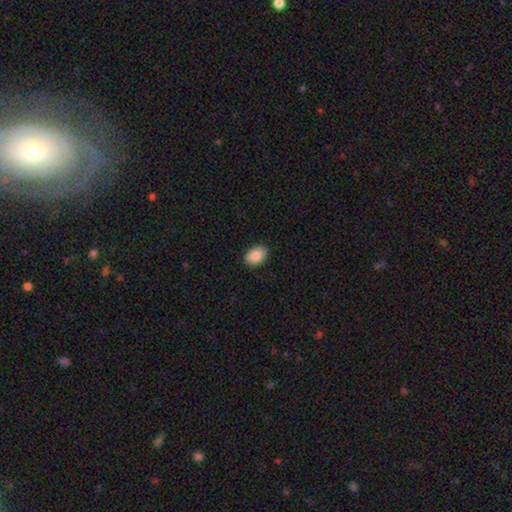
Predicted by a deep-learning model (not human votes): The model was most divided on "how rounded": in between: 87%, round: 12%, cigar-shaped: 1%. More confident: smooth or featured — smooth (88%); merging — none (88%).